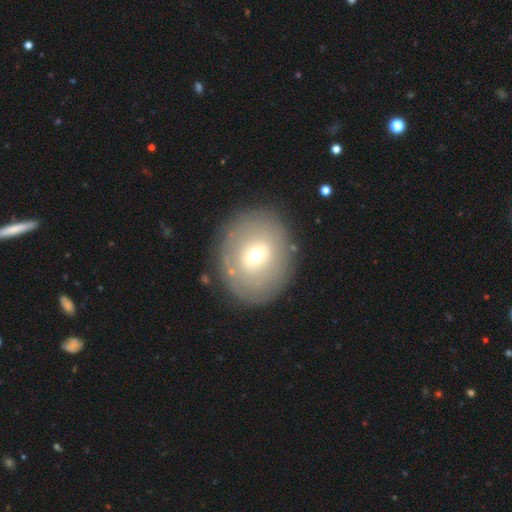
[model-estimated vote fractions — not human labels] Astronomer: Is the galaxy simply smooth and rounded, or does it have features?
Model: smooth — 51% (runner-up: featured or disk, 40%).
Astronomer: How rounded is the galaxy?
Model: round — 60% (runner-up: in between, 38%).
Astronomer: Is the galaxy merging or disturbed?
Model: none — 84%.